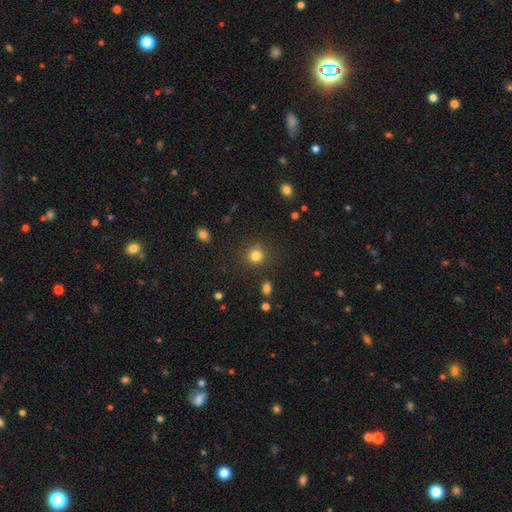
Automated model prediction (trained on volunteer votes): Smooth or featured? smooth (82%)
How rounded? round (91%)
Merging? none (89%)